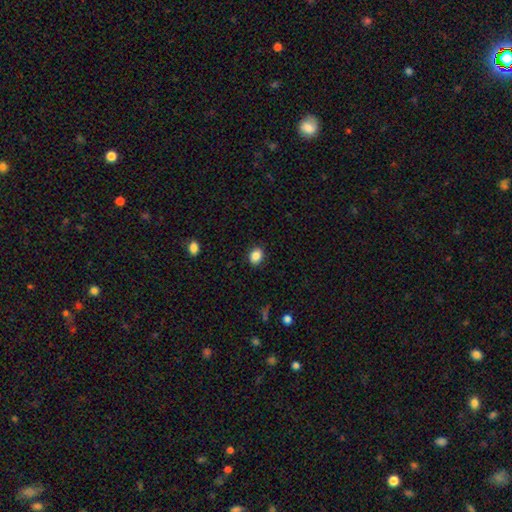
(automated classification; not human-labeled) Smooth or featured? Predicted: smooth (p=0.87). How rounded? Predicted: in between (p=0.54). Merging? Predicted: none (p=0.89).